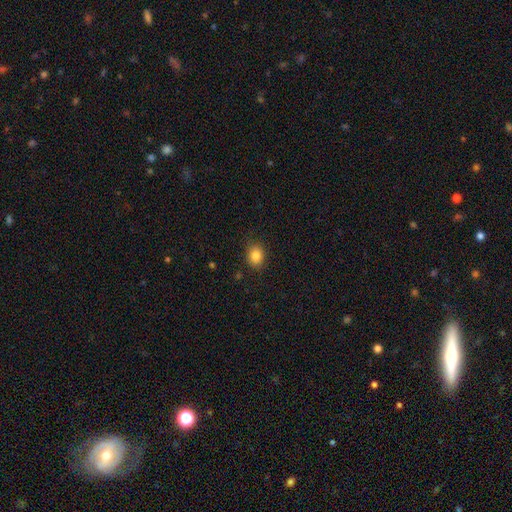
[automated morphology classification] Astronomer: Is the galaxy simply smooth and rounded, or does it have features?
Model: smooth — 85%.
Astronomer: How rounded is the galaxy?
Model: round — 54% (runner-up: in between, 45%).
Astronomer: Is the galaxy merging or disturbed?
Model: none — 86%.